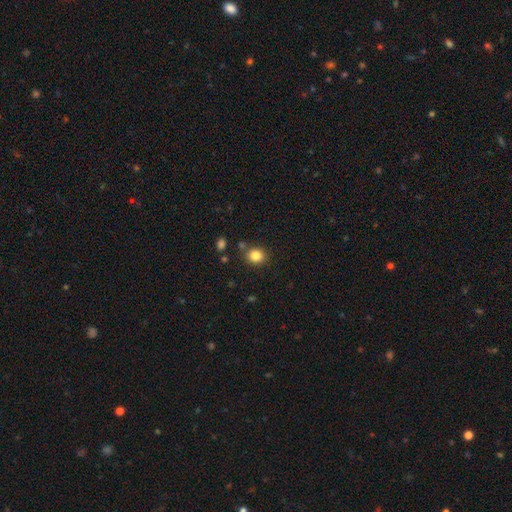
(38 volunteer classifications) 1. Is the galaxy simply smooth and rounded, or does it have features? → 82% smooth, 13% featured or disk, 5% star or artifact.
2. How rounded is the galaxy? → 84% round, 16% in between, 0% cigar-shaped.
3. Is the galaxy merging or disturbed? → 92% none, 8% minor disturbance, 0% major disturbance, 0% merger.